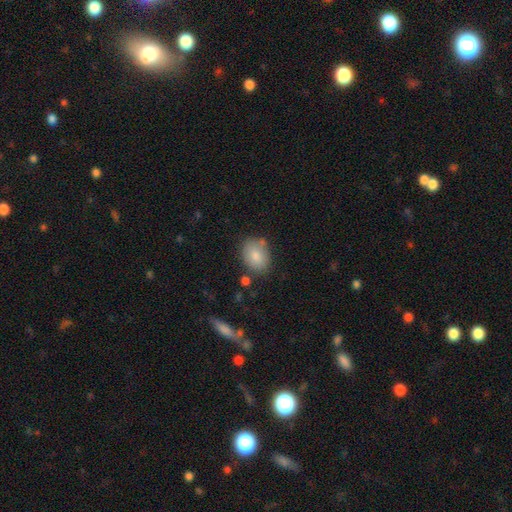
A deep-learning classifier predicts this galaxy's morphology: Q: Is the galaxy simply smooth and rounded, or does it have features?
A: smooth — 83%.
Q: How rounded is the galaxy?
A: in between — 69%.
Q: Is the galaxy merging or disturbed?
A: none — 72%.